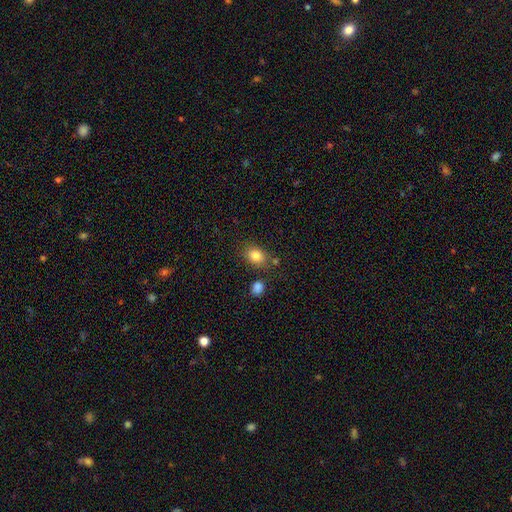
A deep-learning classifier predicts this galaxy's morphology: type=smooth (83%); roundness=in between (56%); merging=none (76%).